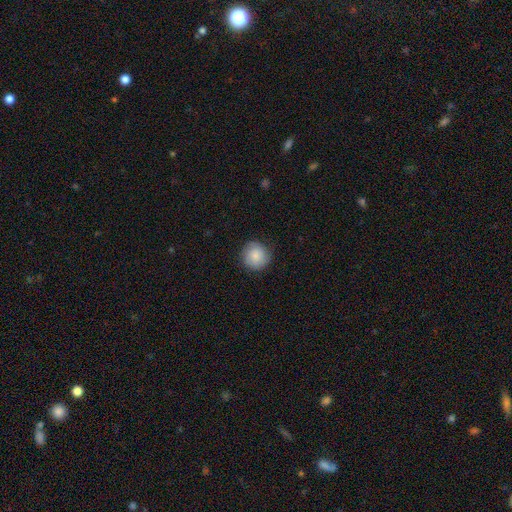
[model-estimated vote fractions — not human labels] The model was most divided on "merging": none: 85%, minor disturbance: 11%, major disturbance: 3%, merger: 1%. More confident: how rounded — round (93%); smooth or featured — smooth (86%).